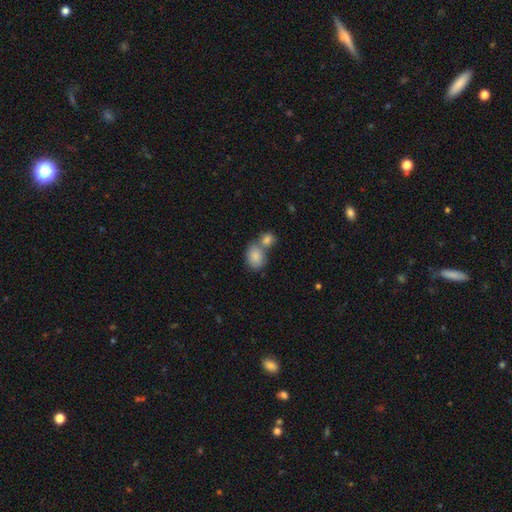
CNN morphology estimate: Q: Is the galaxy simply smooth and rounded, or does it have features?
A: smooth — 85%.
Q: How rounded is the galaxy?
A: in between — 61%.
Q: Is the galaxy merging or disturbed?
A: merger — 51%.